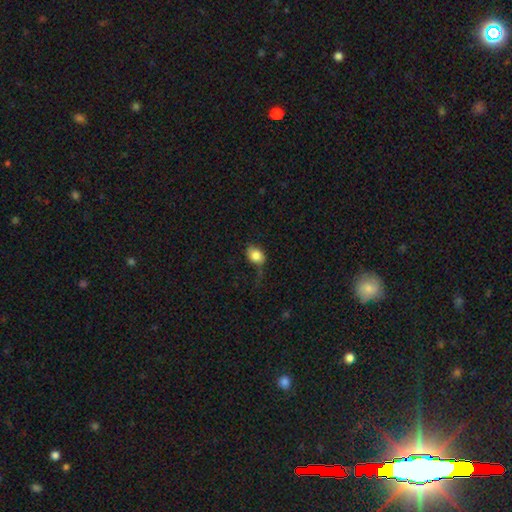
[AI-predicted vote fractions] A smooth galaxy with no disk features (84%) that is in between round and cigar-shaped (69%).

Vote fractions:
- Smooth or featured? smooth: 84% / star or artifact: 8% / featured or disk: 8%
- How rounded? in between: 69% / round: 30% / cigar-shaped: 1%
- Merging? none: 54% / minor disturbance: 28% / major disturbance: 15% / merger: 3%